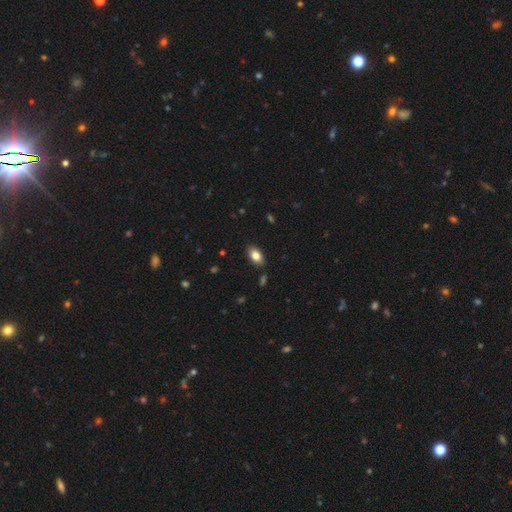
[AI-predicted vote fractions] Smooth or featured: smooth — 82% (featured or disk — 10%)
How rounded: in between — 90% (round — 8%)
Merging: none — 87% (minor disturbance — 10%)